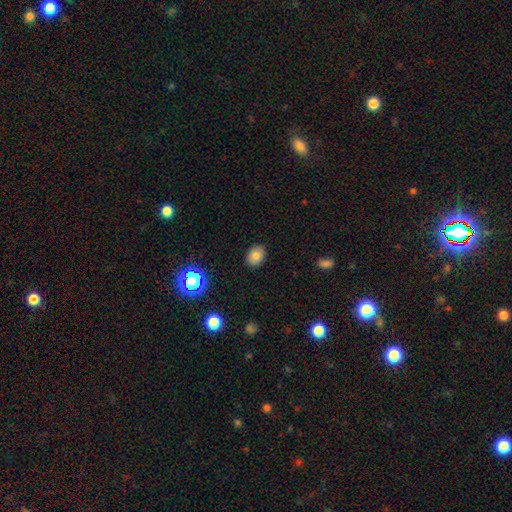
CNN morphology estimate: Smooth or featured? smooth (79%)
How rounded? in between (62%)
Merging? none (87%)